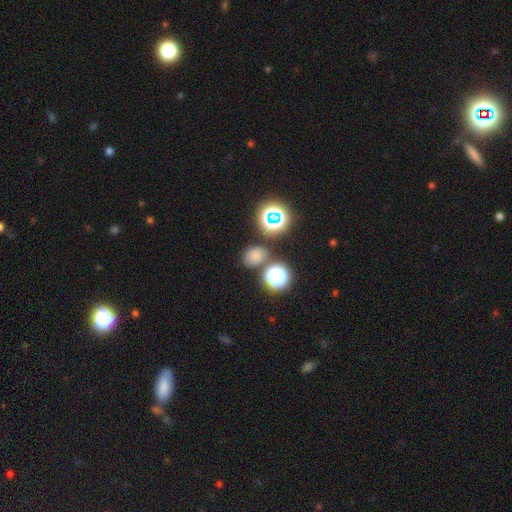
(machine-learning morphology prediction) Smooth or featured: smooth — 69% (star or artifact — 24%)
How rounded: round — 55% (in between — 44%)
Merging: none — 72% (minor disturbance — 12%)